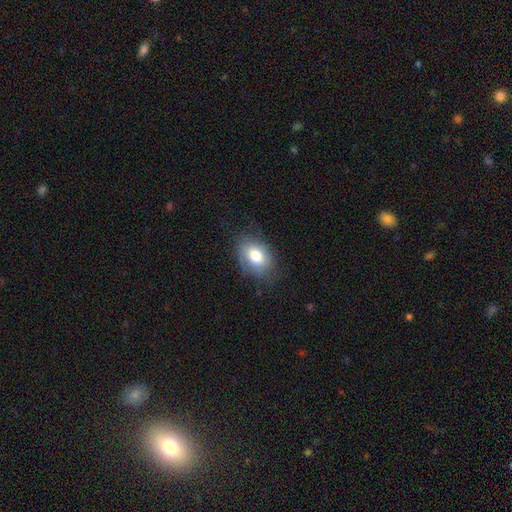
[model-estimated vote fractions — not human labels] This appears to be a smooth galaxy with no disk features (77%) that is in between round and cigar-shaped (78%). Merging: none (71%).